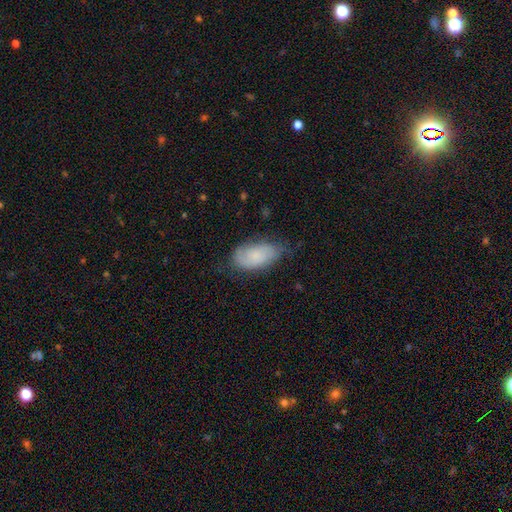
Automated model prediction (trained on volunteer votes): smooth-or-featured: smooth: 58% | featured or disk: 33% | star or artifact: 8%
  how-rounded: in between: 92% | cigar-shaped: 4% | round: 4%
  merging: none: 61% | minor disturbance: 30% | major disturbance: 8% | merger: 1%